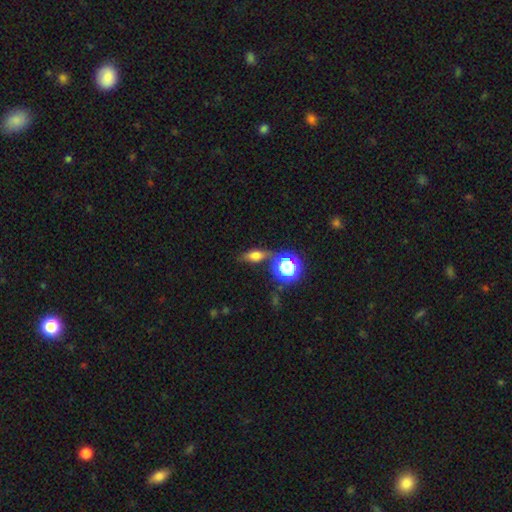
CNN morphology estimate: A smooth galaxy with no disk features (54%) that is in between round and cigar-shaped (57%). Merging: none (65%).